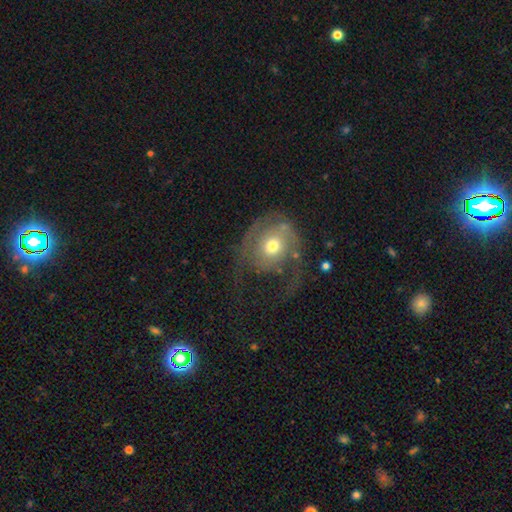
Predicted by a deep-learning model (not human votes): smooth-or-featured: featured or disk: 65% | smooth: 25% | star or artifact: 10%
  disk-edge-on: no: 97% | yes: 3%
    bar: no: 79% | weak: 17% | strong: 4%
    has-spiral-arms: yes: 73% | no: 27%
    bulge-size: moderate: 70% | small: 20% | large: 7% | dominant: 1% | none: 1%
  merging: major disturbance: 40% | none: 38% | minor disturbance: 19% | merger: 3%